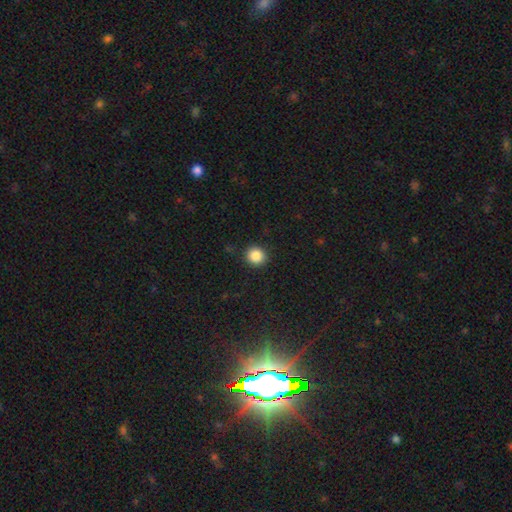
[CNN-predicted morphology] smooth-or-featured: smooth: 87% | star or artifact: 10% | featured or disk: 3%
  how-rounded: round: 90% | in between: 9% | cigar-shaped: 1%
  merging: none: 90% | minor disturbance: 7% | major disturbance: 2% | merger: 1%